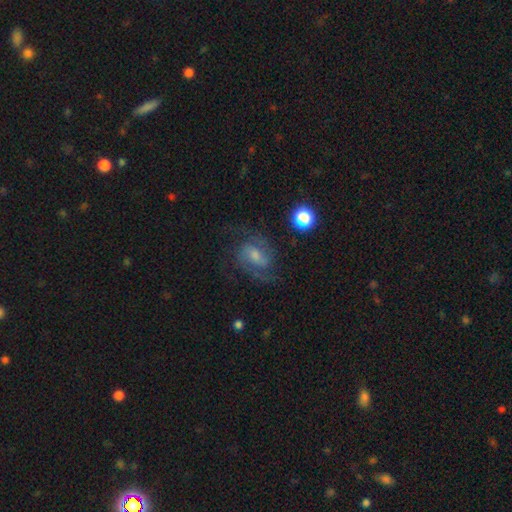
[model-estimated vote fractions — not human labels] Smooth or featured? featured or disk (81%)
Edge-on disk? no (97%)
Bar? weak (52%)
Spiral arms? yes (96%)
Spiral winding? medium (55%)
Spiral arm count? 2 (82%)
Bulge size? small (43%)
Merging? none (72%)